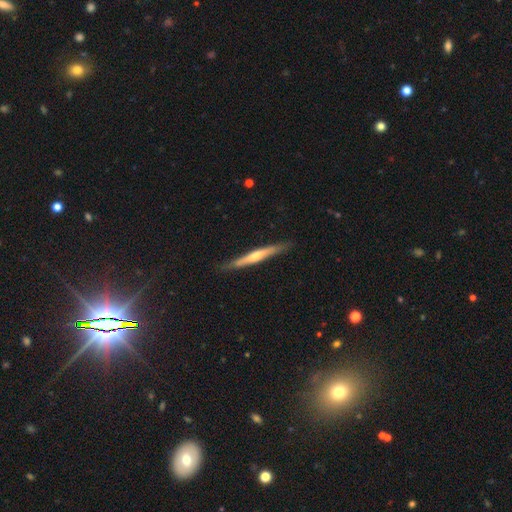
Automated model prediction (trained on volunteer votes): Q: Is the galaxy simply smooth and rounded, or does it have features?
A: featured or disk — 64%.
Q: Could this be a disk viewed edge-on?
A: yes — 96%.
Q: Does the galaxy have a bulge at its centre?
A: rounded — 69%.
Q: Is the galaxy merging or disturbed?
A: none — 86%.